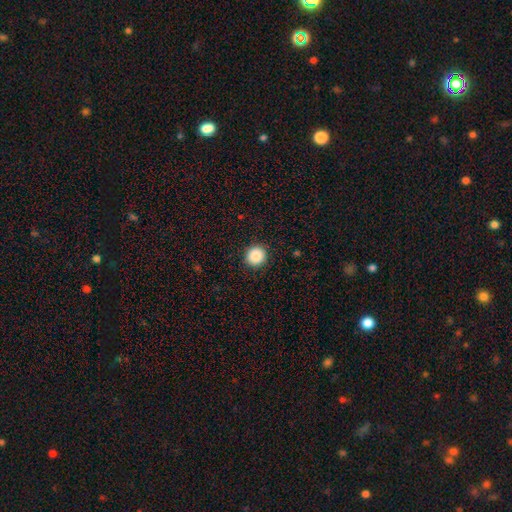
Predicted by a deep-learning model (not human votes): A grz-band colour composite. It shows a smooth galaxy with no disk features (88%) that is round (93%). Merging: none (92%).